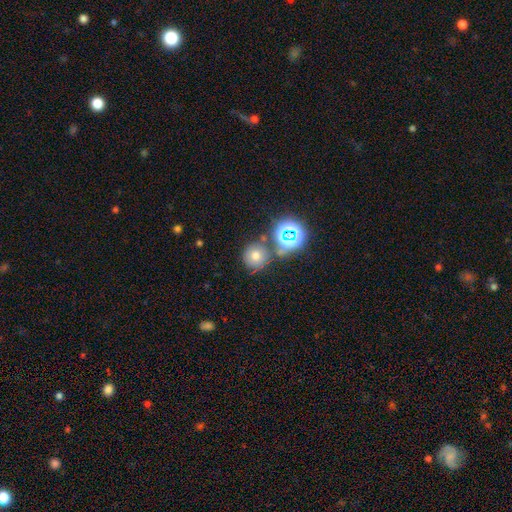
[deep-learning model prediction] Overall: smooth (65%). How rounded: round (92%). Merging: none (71%).